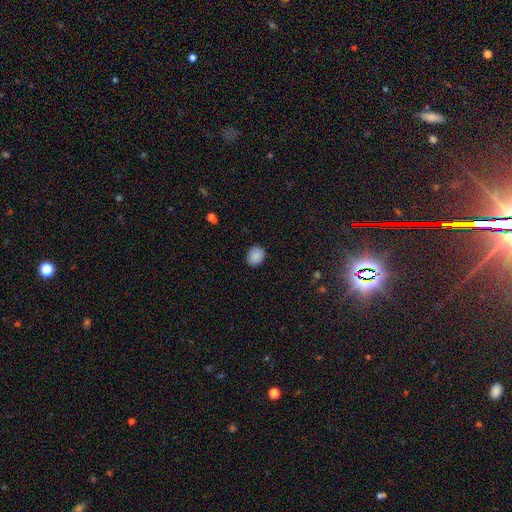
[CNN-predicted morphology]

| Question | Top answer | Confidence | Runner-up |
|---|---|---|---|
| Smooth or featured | smooth | 88% | star or artifact (8%) |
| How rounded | round | 68% | in between (31%) |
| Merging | none | 87% | minor disturbance (10%) |